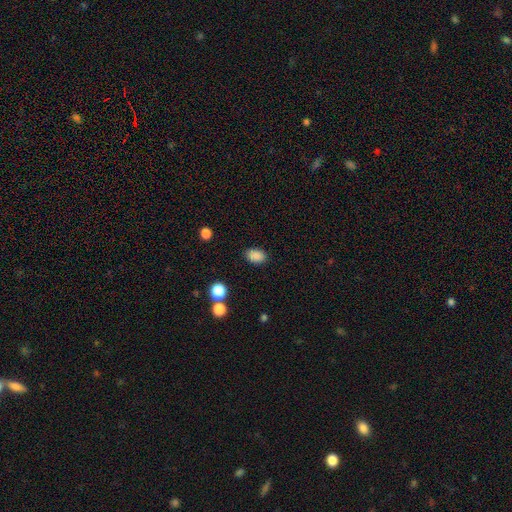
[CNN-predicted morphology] Smooth or featured? Predicted: smooth (p=0.87). How rounded? Predicted: in between (p=0.83). Merging? Predicted: none (p=0.85).